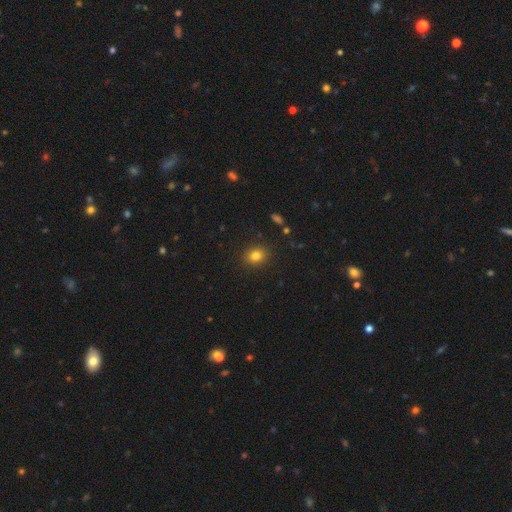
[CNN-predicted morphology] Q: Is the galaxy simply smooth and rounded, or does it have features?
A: smooth — 82%.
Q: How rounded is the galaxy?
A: round — 59%.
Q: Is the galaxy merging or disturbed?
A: none — 89%.